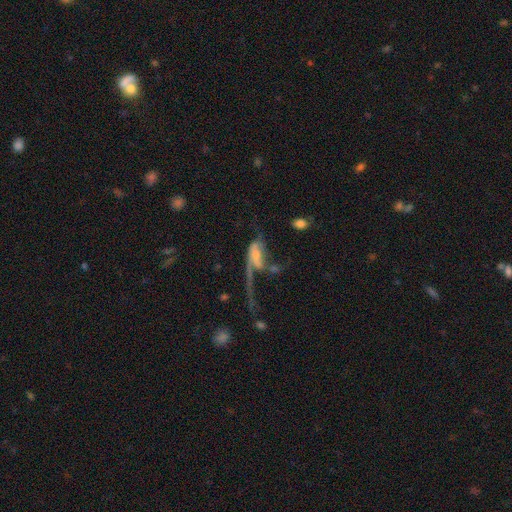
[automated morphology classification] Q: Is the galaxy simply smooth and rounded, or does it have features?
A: featured or disk — 63%.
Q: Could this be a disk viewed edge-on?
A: no — 90%.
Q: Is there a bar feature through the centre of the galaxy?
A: no — 51%.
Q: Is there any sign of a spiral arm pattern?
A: yes — 64%.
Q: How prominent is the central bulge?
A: small — 33%.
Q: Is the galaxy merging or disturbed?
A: major disturbance — 54%.